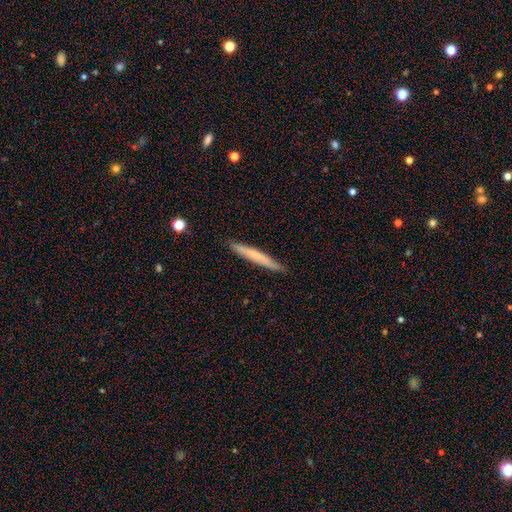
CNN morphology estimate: smooth_or_featured: smooth (p=0.59) [alt: featured or disk p=0.36]
how_rounded: cigar-shaped (p=0.96) [alt: in between p=0.03]
merging: none (p=0.89) [alt: minor disturbance p=0.08]